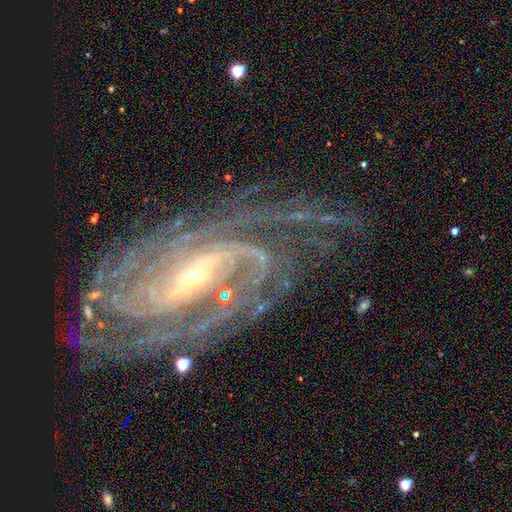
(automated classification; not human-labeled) This appears to be a featured or disk galaxy (91%) with a strong bar (40%), 2 (21%) tight (62%) spiral arms (98%) and a small central bulge (68%). Merging: none (66%).